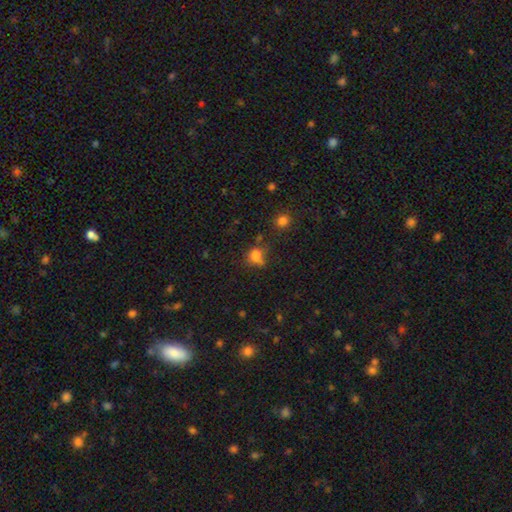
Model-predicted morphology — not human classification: Smooth or featured? smooth (72%)
How rounded? round (54%)
Merging? none (49%)